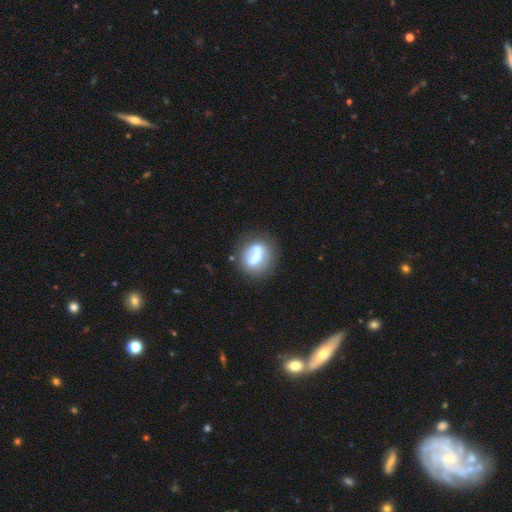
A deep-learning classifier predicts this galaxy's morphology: This appears to be a smooth galaxy with no disk features (58%) that is round (56%). Merging: none (54%).